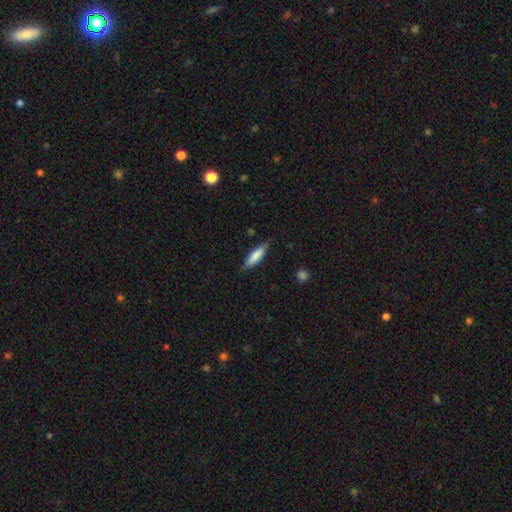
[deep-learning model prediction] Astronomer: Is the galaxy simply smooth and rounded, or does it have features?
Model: smooth — 77%.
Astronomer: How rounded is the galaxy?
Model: cigar-shaped — 65%.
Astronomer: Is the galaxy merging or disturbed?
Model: none — 82%.